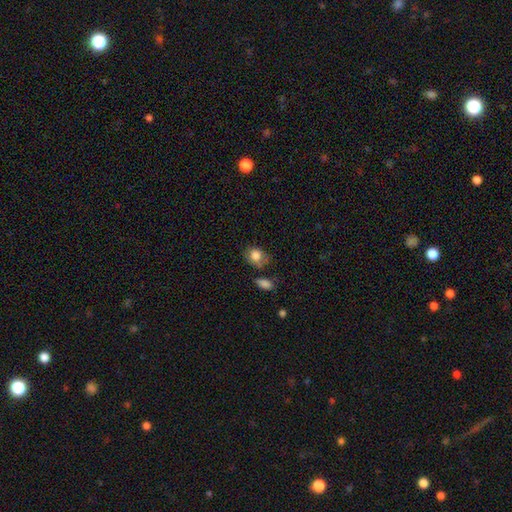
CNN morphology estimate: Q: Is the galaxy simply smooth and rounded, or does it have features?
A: smooth — 82%.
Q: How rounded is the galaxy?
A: in between — 52%.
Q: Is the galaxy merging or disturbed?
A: none — 53%.